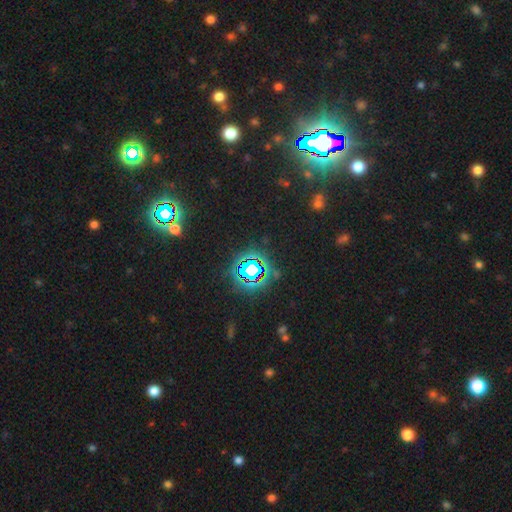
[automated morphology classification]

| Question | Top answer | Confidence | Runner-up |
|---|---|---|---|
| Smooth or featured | star or artifact | 82% | smooth (10%) |